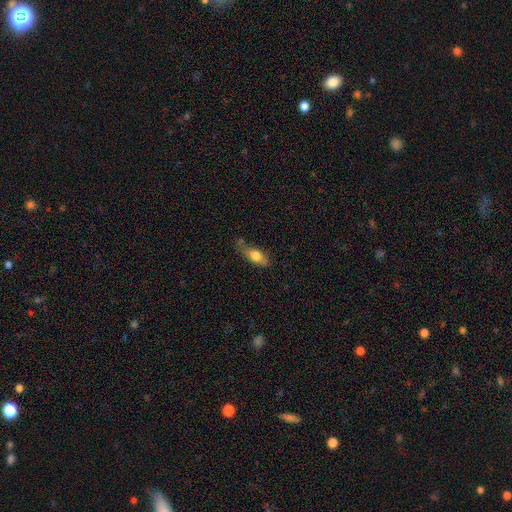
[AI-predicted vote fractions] A smooth galaxy with no disk features (69%) that is in between round and cigar-shaped (69%). Merging: none (53%).